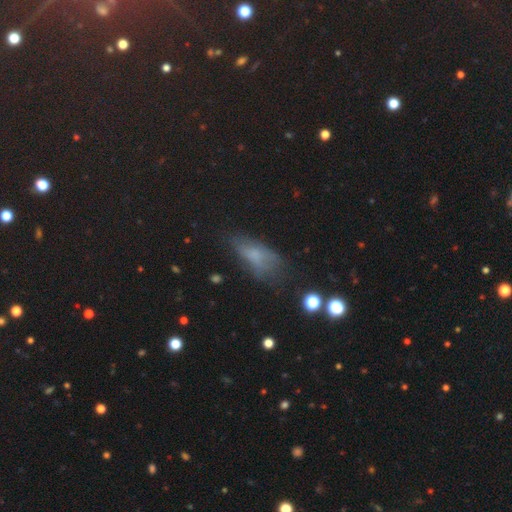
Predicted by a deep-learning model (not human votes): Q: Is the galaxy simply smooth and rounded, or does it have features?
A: smooth — 59%.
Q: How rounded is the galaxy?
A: in between — 76%.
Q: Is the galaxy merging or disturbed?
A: none — 47%.